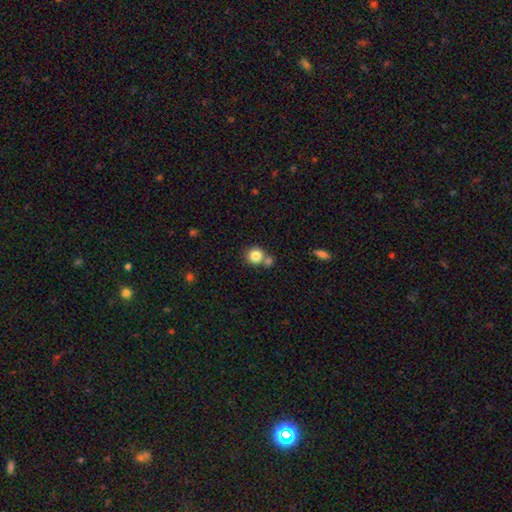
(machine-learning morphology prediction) Smooth or featured?
  - smooth: 83% *
  - star or artifact: 10%
  - featured or disk: 7%
How rounded?
  - round: 89% *
  - in between: 10%
  - cigar-shaped: 1%
Merging?
  - none: 59% *
  - merger: 28%
  - minor disturbance: 9%
  - major disturbance: 3%